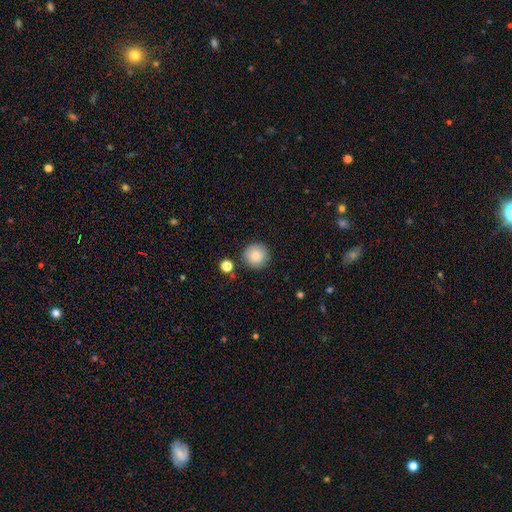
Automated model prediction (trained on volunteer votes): Smooth or featured? smooth (86%)
How rounded? round (95%)
Merging? none (87%)